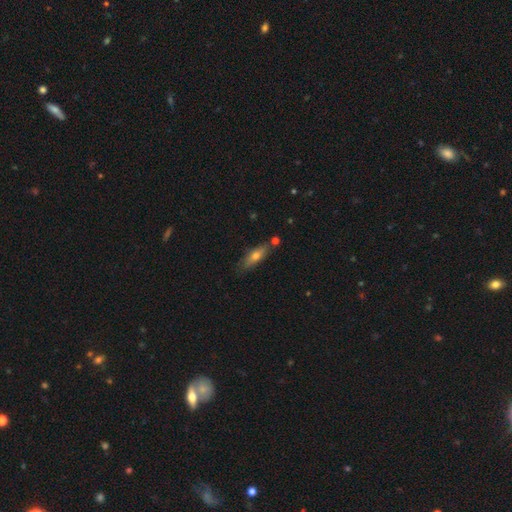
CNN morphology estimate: Smooth or featured?
  - smooth: 62% *
  - featured or disk: 31%
  - star or artifact: 7%
How rounded?
  - cigar-shaped: 52% *
  - in between: 45%
  - round: 3%
Merging?
  - none: 74% *
  - minor disturbance: 16%
  - merger: 7%
  - major disturbance: 3%